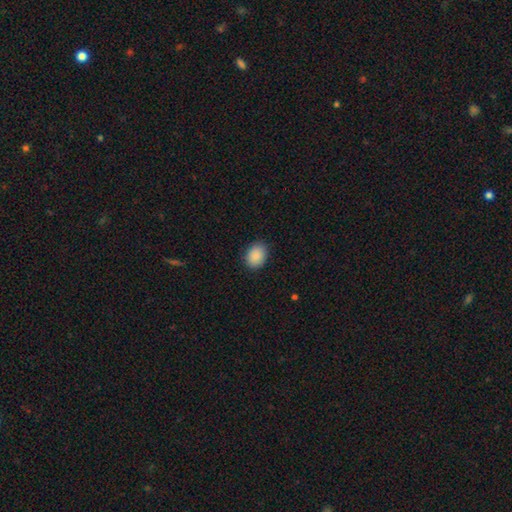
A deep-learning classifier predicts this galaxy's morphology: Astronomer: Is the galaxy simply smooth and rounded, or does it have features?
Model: smooth — 90%.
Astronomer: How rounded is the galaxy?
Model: in between — 63%.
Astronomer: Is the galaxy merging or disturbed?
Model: none — 88%.